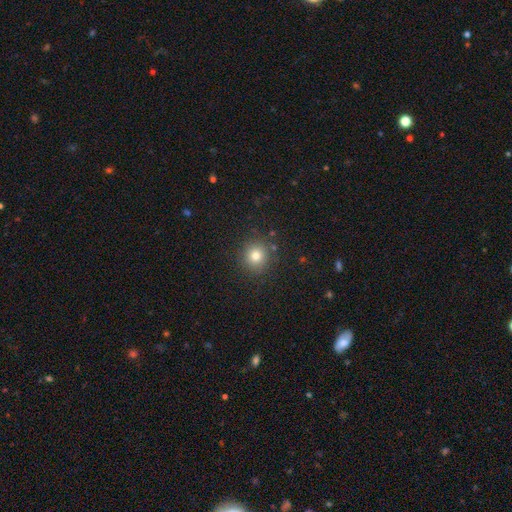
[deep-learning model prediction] Morphology: type=smooth (78%); roundness=round (90%); merging=none (87%).